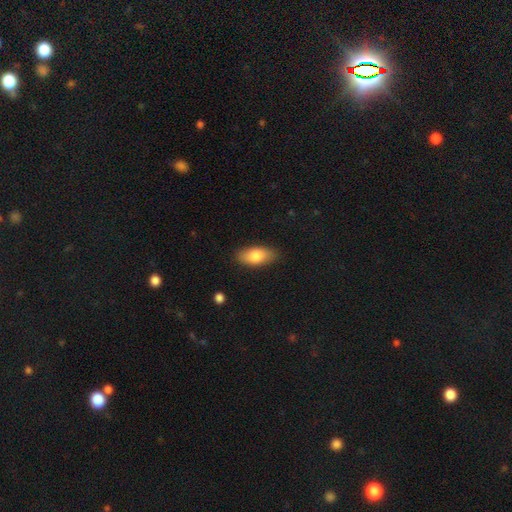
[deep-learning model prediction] This is clearly a smooth galaxy (80%). How rounded: clearly in between (87%). Merging: clearly none (86%).